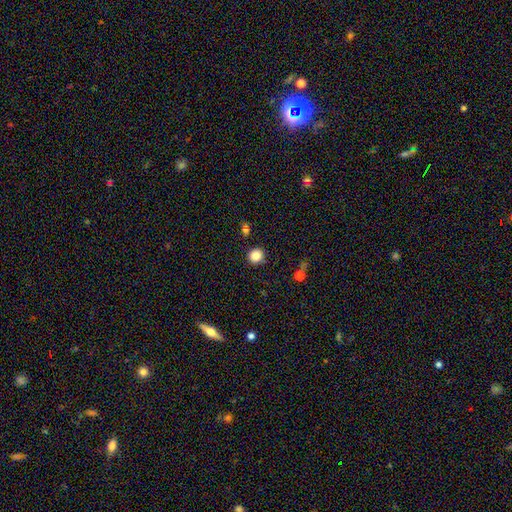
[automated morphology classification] Smooth or featured: smooth — 85% (star or artifact — 10%)
How rounded: round — 89% (in between — 10%)
Merging: none — 90% (minor disturbance — 6%)